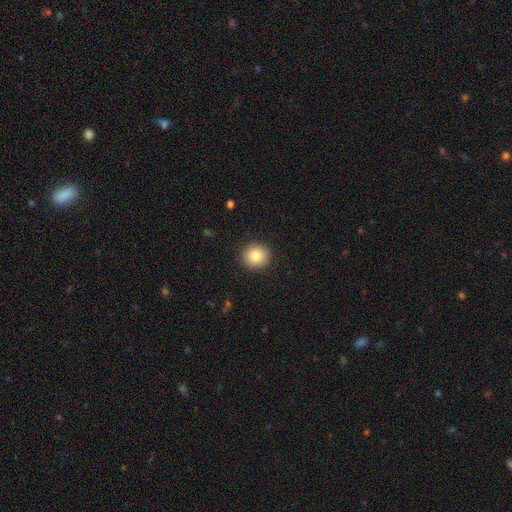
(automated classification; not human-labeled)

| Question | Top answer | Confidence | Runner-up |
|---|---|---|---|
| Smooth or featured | smooth | 85% | star or artifact (9%) |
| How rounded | round | 87% | in between (12%) |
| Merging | none | 91% | minor disturbance (6%) |